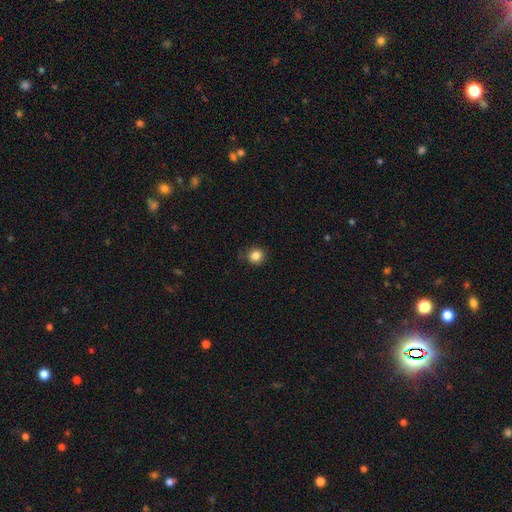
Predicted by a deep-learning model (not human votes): Smooth or featured?
  - smooth: 85% *
  - star or artifact: 11%
  - featured or disk: 4%
How rounded?
  - round: 91% *
  - in between: 8%
  - cigar-shaped: 1%
Merging?
  - none: 85% *
  - minor disturbance: 12%
  - major disturbance: 3%
  - merger: 1%